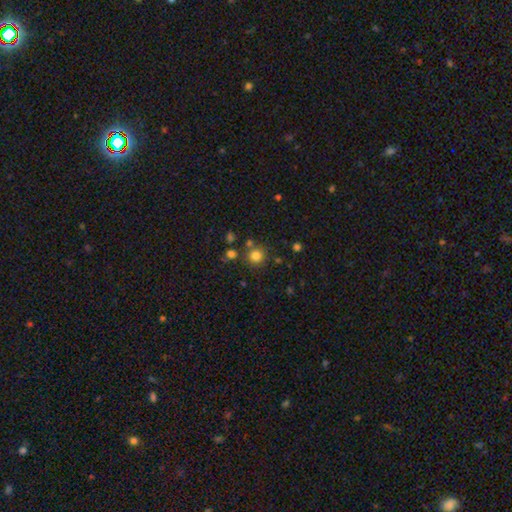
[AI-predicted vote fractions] Smooth or featured?
  - smooth: 80% *
  - star or artifact: 14%
  - featured or disk: 6%
How rounded?
  - round: 92% *
  - in between: 7%
  - cigar-shaped: 1%
Merging?
  - none: 78% *
  - merger: 10%
  - minor disturbance: 8%
  - major disturbance: 3%